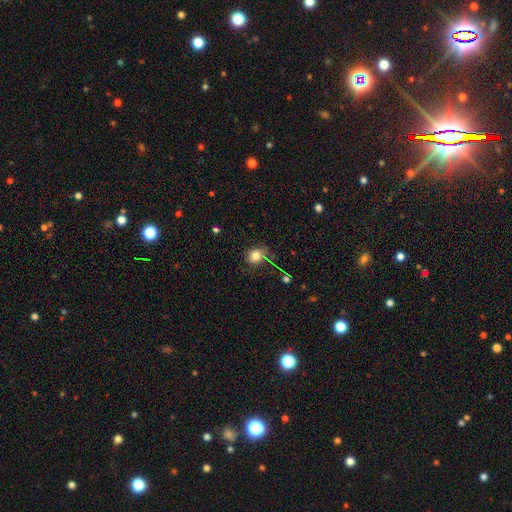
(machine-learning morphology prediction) Smooth or featured?
  - smooth: 78% *
  - star or artifact: 14%
  - featured or disk: 8%
How rounded?
  - round: 74% *
  - in between: 25%
  - cigar-shaped: 1%
Merging?
  - none: 68% *
  - minor disturbance: 18%
  - major disturbance: 8%
  - merger: 5%